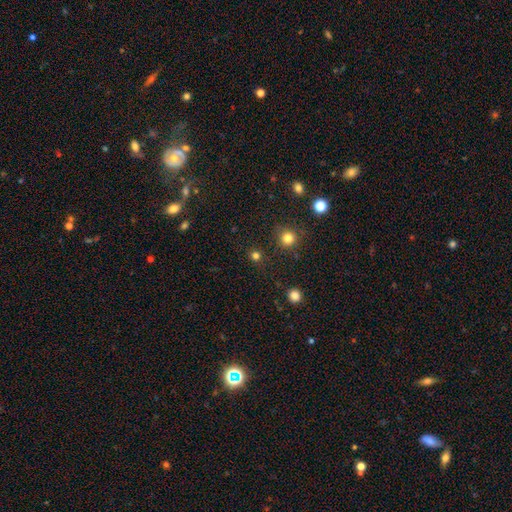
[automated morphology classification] Smooth or featured: smooth — 76% (star or artifact — 19%)
How rounded: round — 91% (in between — 8%)
Merging: none — 87% (minor disturbance — 7%)